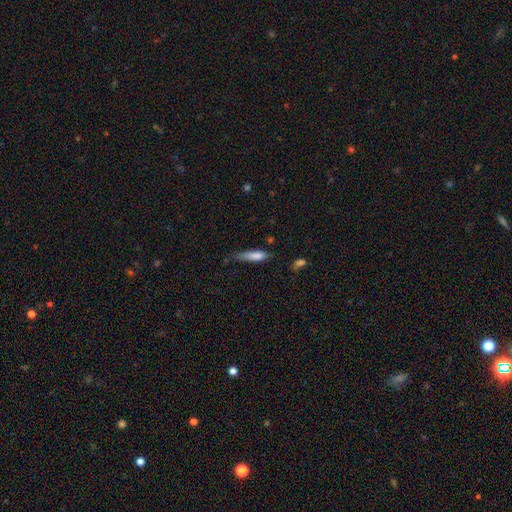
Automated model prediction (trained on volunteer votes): Overall: smooth (78%). How rounded: cigar-shaped (71%). Merging: none (49%; minor disturbance 36%).